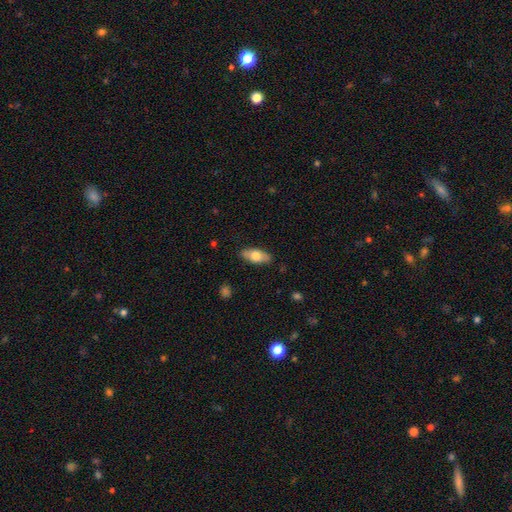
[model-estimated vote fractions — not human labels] smooth 68%, featured or disk 26%, star or artifact 6%. Down the decision tree: how rounded — in between (82%); merging — none (86%).